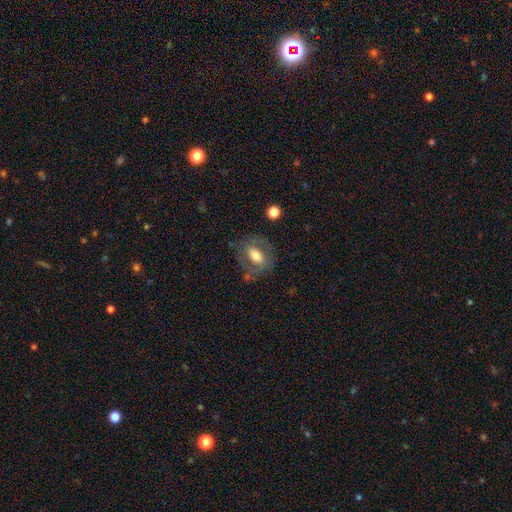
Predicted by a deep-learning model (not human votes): A smooth galaxy with no disk features (48%).

Vote fractions:
- Smooth or featured? smooth: 48% / featured or disk: 44% / star or artifact: 8%
- Merging? none: 64% / minor disturbance: 19% / major disturbance: 13% / merger: 4%